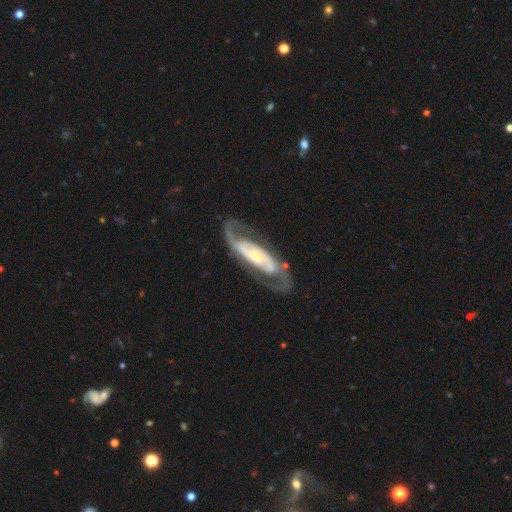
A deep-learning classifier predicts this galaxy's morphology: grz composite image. It shows a featured or disk galaxy (88%) with no bar (43%), 2 (89%) medium (48%) spiral arms (93%) and a small central bulge (55%). Merging: none (77%).